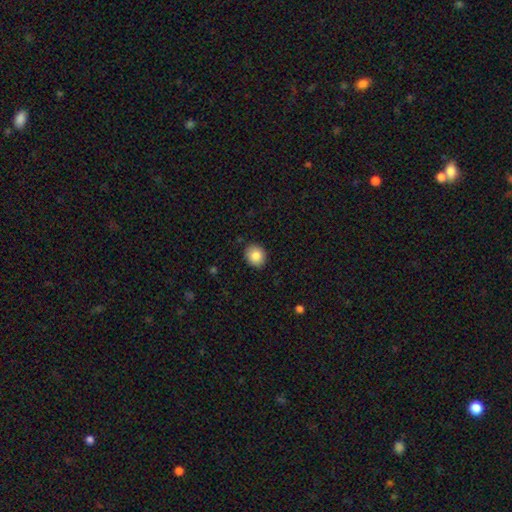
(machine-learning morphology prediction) Smooth or featured?
  - smooth: 84% *
  - star or artifact: 9%
  - featured or disk: 7%
How rounded?
  - round: 72% *
  - in between: 27%
  - cigar-shaped: 1%
Merging?
  - none: 89% *
  - minor disturbance: 8%
  - major disturbance: 2%
  - merger: 1%